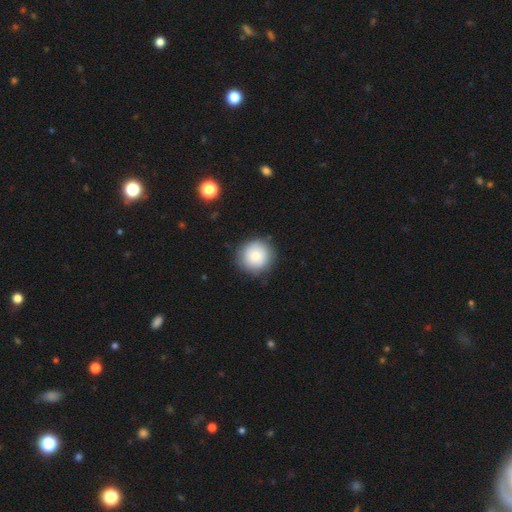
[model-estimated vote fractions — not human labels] smooth_or_featured: smooth (p=0.81) [alt: featured or disk p=0.11]
how_rounded: round (p=0.94) [alt: in between p=0.05]
merging: none (p=0.86) [alt: minor disturbance p=0.10]